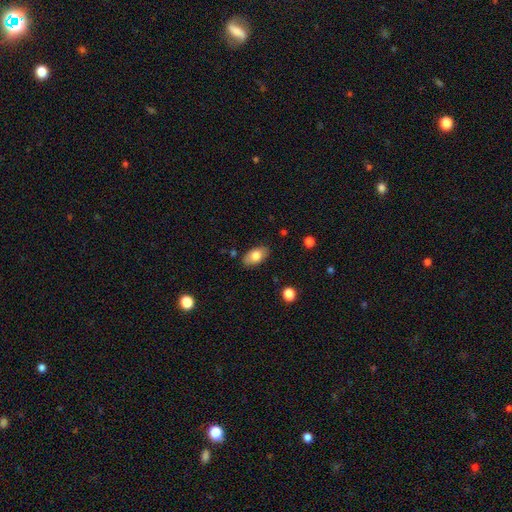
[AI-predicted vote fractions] The model was most divided on "smooth or featured": smooth: 77%, featured or disk: 16%, star or artifact: 7%. More confident: how rounded — in between (92%); merging — none (85%).